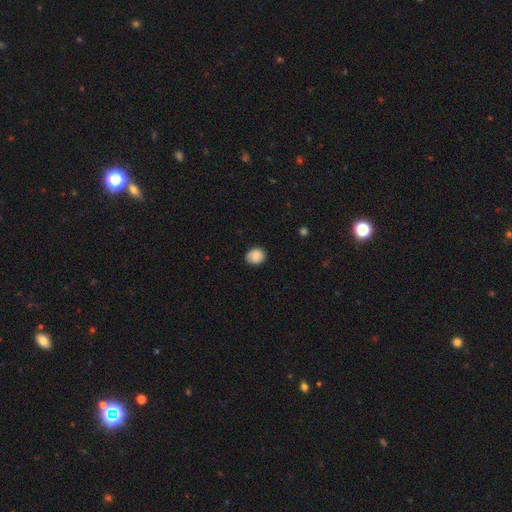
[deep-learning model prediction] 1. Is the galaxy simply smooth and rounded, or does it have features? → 84% smooth, 8% star or artifact, 8% featured or disk.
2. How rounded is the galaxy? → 65% round, 34% in between, 1% cigar-shaped.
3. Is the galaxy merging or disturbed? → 80% none, 17% minor disturbance, 3% major disturbance, 1% merger.